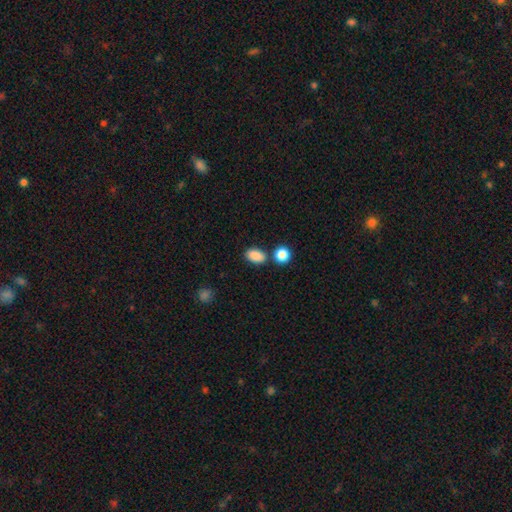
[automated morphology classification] smooth 87%, star or artifact 9%, featured or disk 4%. Down the decision tree: how rounded — in between (85%); merging — none (73%).